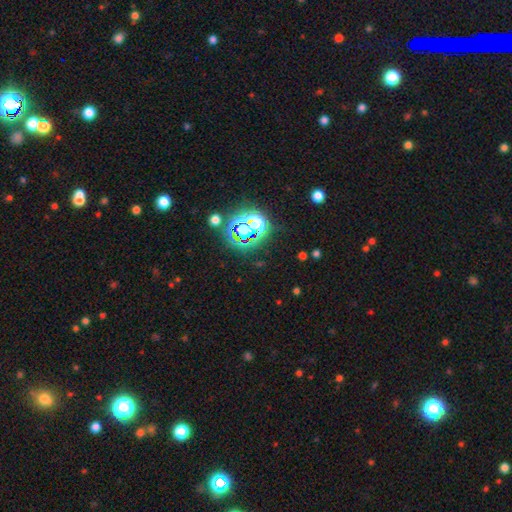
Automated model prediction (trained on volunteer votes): This is likely a star or artifact rather than a galaxy (75%).